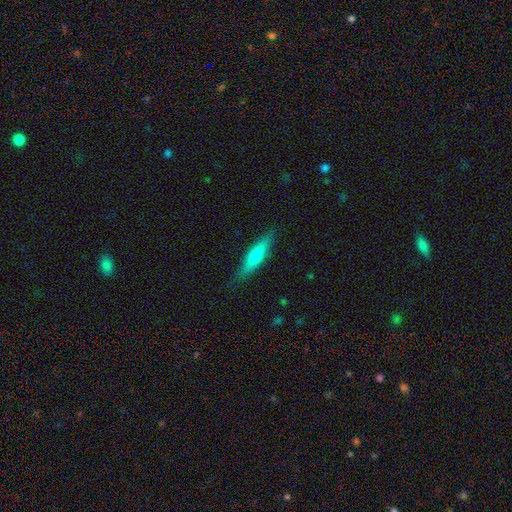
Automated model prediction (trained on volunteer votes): Smooth or featured? smooth (59%)
How rounded? cigar-shaped (79%)
Merging? none (86%)